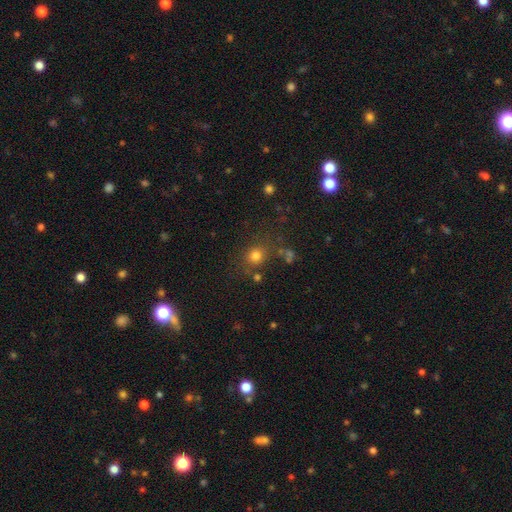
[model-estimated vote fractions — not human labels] A smooth galaxy with no disk features (77%) that is round (80%). Merging: none (73%).